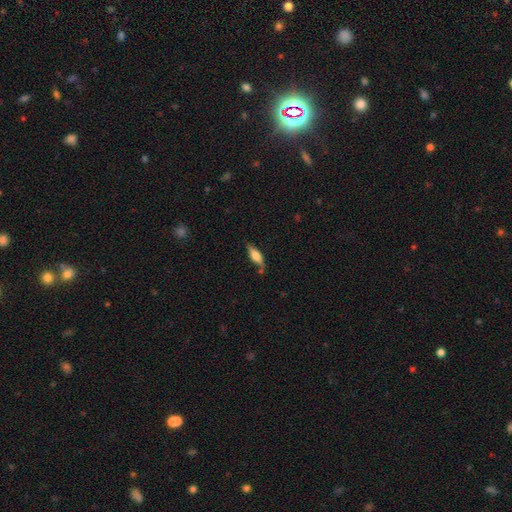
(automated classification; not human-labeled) This is possibly a smooth galaxy (52%). How rounded: possibly in between (51%). Merging: likely none (72%).